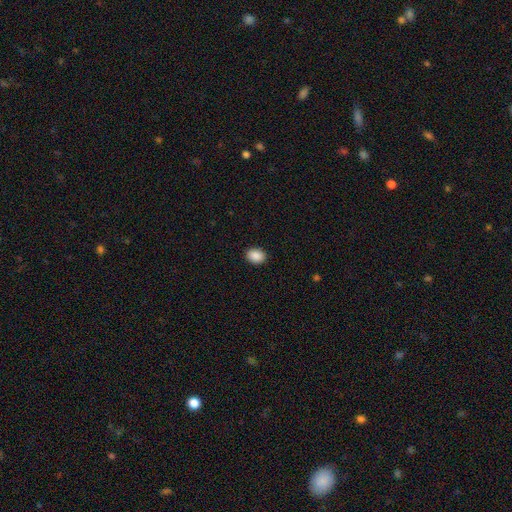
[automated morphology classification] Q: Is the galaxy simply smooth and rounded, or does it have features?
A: smooth — 89%.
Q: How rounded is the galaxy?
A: in between — 64%.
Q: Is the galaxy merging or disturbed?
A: none — 91%.